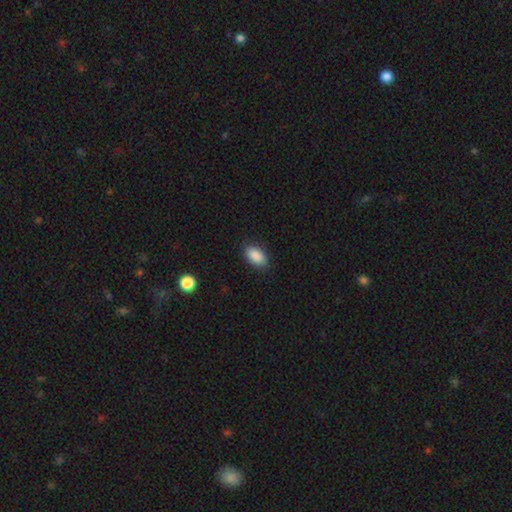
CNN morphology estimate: Overall: smooth (89%). How rounded: in between (93%). Merging: none (86%).